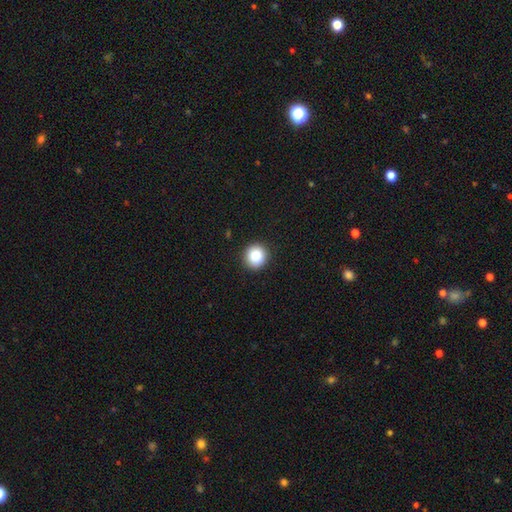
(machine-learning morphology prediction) Overall: smooth (86%). How rounded: round (92%). Merging: none (92%).